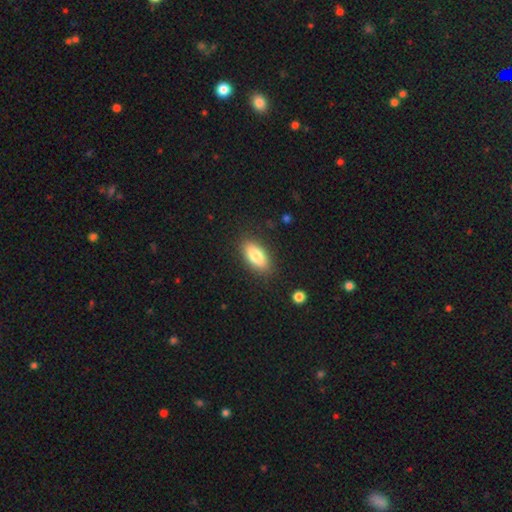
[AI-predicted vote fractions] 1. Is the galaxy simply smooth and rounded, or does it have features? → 81% smooth, 12% featured or disk, 7% star or artifact.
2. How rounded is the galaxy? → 87% in between, 10% cigar-shaped, 3% round.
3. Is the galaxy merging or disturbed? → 86% none, 10% minor disturbance, 3% major disturbance, 1% merger.